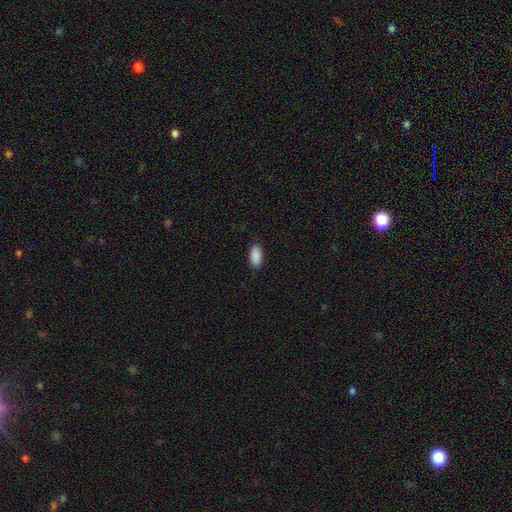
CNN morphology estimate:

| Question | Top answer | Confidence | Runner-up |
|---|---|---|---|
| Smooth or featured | smooth | 91% | star or artifact (7%) |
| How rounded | in between | 91% | cigar-shaped (7%) |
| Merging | none | 89% | minor disturbance (8%) |